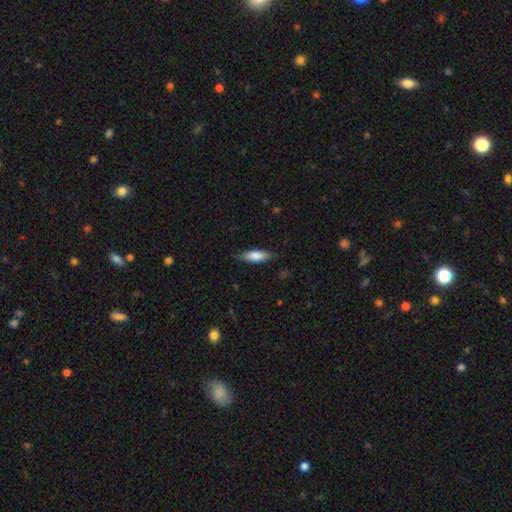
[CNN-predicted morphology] smooth-or-featured: smooth: 78% | featured or disk: 17% | star or artifact: 6%
  how-rounded: in between: 59% | cigar-shaped: 39% | round: 2%
  merging: none: 80% | minor disturbance: 16% | major disturbance: 3% | merger: 1%